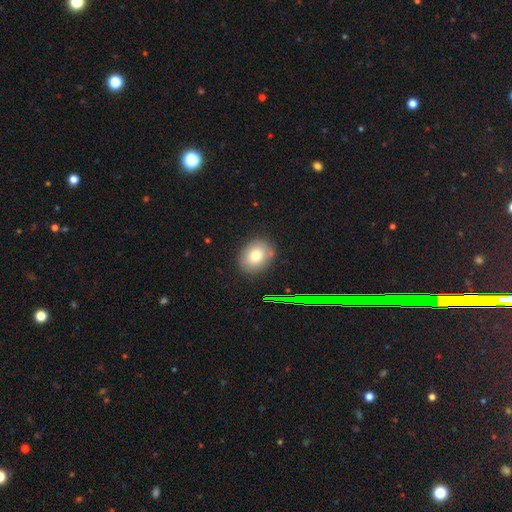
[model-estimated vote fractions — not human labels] Overall: smooth (76%). How rounded: in between (50%; round 49%). Merging: none (84%).